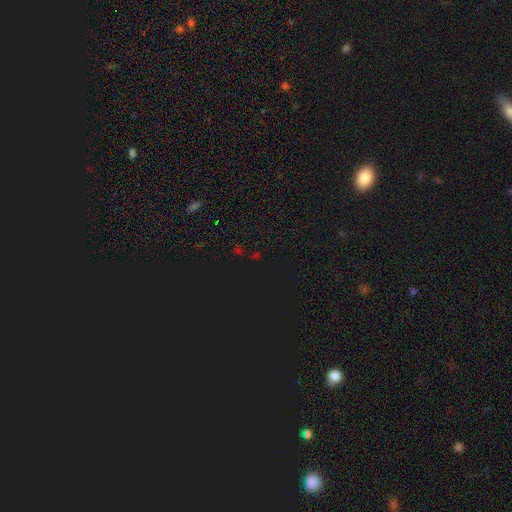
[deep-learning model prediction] star or artifact 73%, smooth 20%, featured or disk 7%.